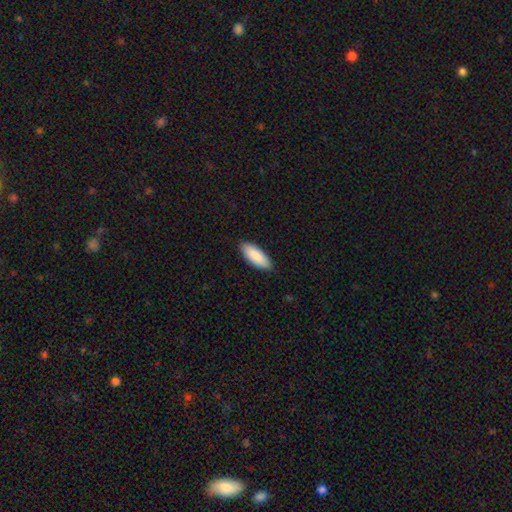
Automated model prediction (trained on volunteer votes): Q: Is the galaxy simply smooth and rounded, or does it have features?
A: smooth — 90%.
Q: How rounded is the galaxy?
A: in between — 78%.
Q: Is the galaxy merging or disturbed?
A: none — 89%.